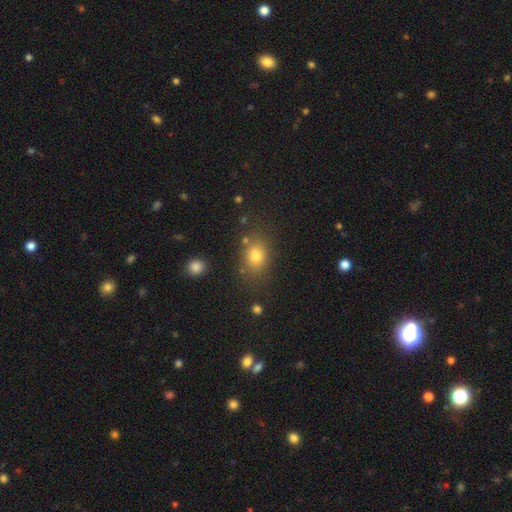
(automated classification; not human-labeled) smooth 79%, star or artifact 13%, featured or disk 8%. Down the decision tree: how rounded — in between (64%); merging — none (77%).